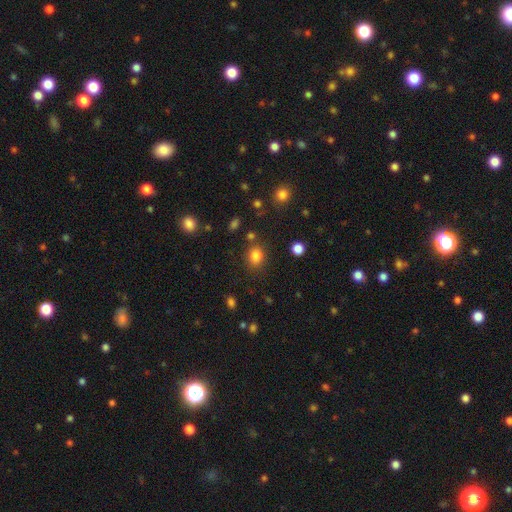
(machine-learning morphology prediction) smooth-or-featured: smooth: 83% | star or artifact: 12% | featured or disk: 5%
  how-rounded: round: 62% | in between: 37% | cigar-shaped: 1%
  merging: none: 78% | minor disturbance: 11% | merger: 6% | major disturbance: 4%